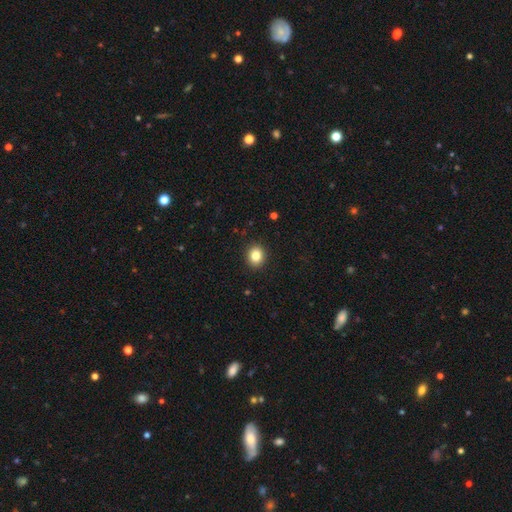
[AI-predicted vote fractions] Smooth or featured: smooth — 83% (star or artifact — 11%)
How rounded: round — 73% (in between — 26%)
Merging: none — 92% (minor disturbance — 6%)